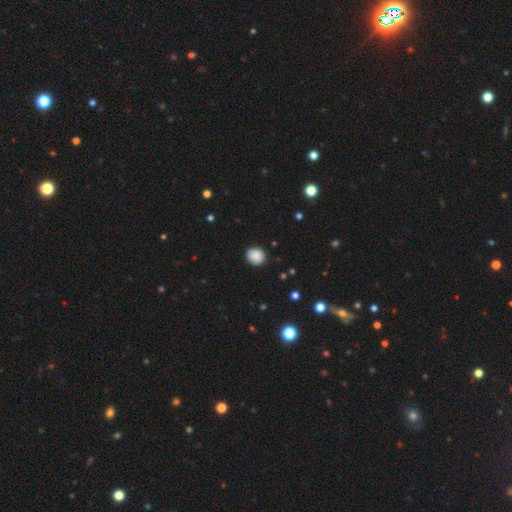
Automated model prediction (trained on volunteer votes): smooth 86%, star or artifact 9%, featured or disk 6%. Down the decision tree: how rounded — round (80%); merging — none (87%).